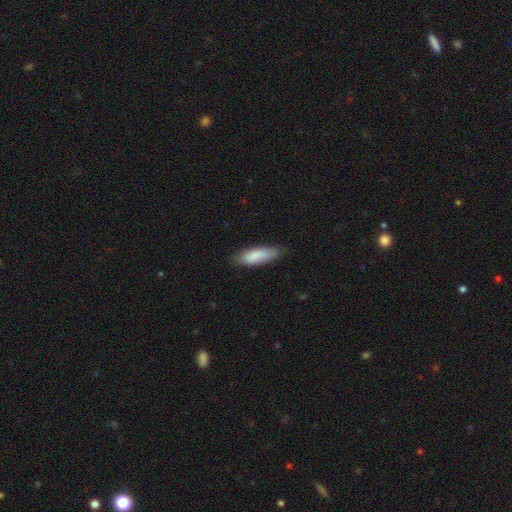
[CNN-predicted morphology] This is clearly a smooth galaxy (84%). How rounded: possibly in between (59%). Merging: likely none (74%).